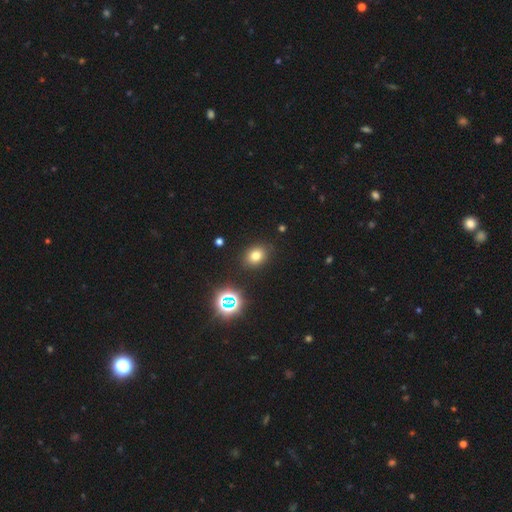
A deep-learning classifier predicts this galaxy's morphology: Smooth or featured? Predicted: smooth (p=0.73). How rounded? Predicted: round (p=0.54). Merging? Predicted: none (p=0.87).